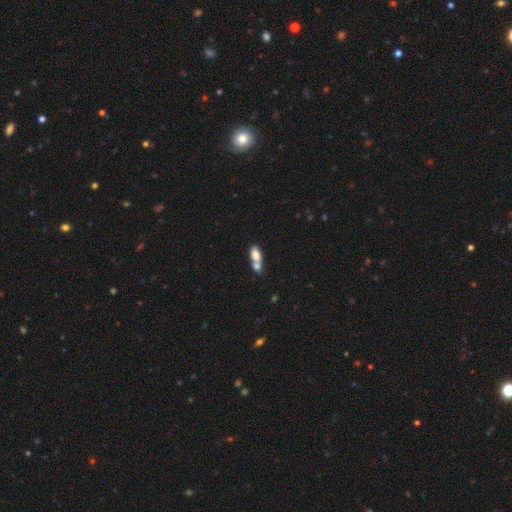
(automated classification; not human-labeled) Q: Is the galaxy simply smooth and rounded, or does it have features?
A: smooth — 75%.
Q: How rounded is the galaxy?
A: in between — 82%.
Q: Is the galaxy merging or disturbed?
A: merger — 63%.